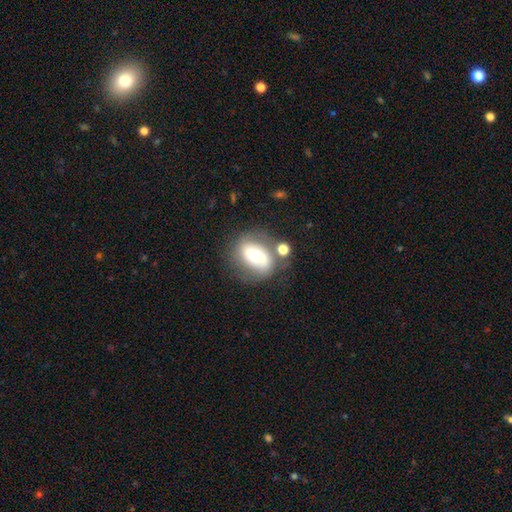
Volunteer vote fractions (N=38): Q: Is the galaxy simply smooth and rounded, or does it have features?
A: featured or disk — 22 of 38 (58%).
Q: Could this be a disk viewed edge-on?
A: no — 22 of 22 (100%).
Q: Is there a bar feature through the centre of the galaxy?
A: no — 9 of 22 (41%).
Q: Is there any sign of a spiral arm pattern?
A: yes — 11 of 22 (50%, tied with no).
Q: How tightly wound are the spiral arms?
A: medium — 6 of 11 (55%).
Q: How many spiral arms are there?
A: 2 — 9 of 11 (82%).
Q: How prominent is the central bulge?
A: moderate — 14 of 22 (64%).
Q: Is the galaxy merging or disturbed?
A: none — 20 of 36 (56%).